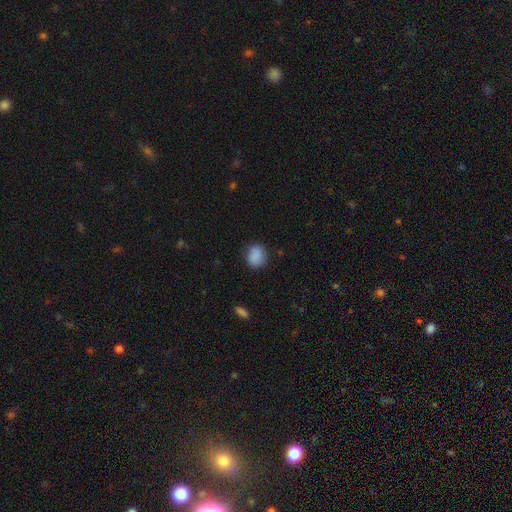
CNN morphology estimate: This appears to be a smooth galaxy with no disk features (87%) that is round (62%). Merging: none (80%).